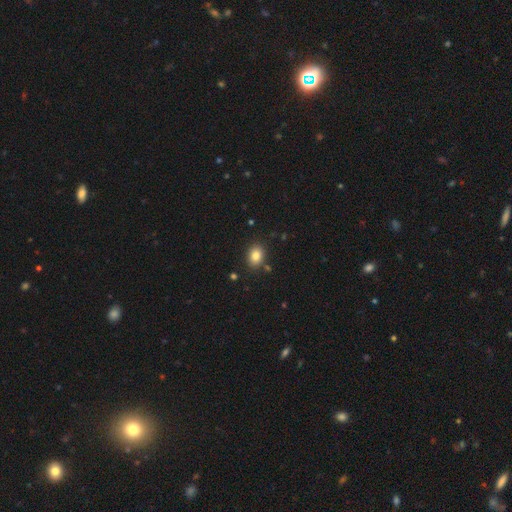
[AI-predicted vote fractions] Smooth or featured?
  - smooth: 84% *
  - star or artifact: 9%
  - featured or disk: 6%
How rounded?
  - in between: 69% *
  - round: 30%
  - cigar-shaped: 1%
Merging?
  - none: 86% *
  - minor disturbance: 9%
  - merger: 3%
  - major disturbance: 2%